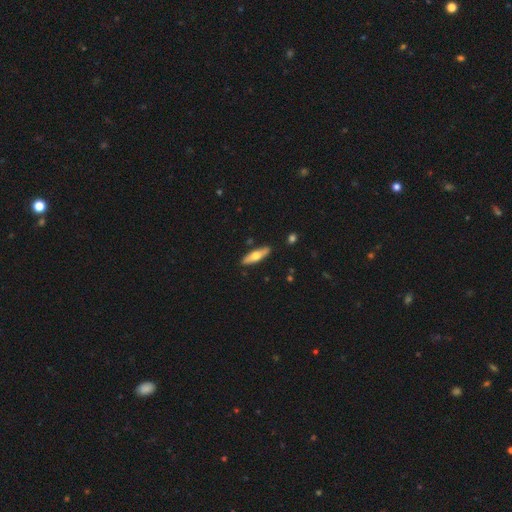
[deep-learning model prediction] The model was most divided on "smooth or featured": smooth: 52%, featured or disk: 43%, star or artifact: 5%. More confident: merging — none (89%); how rounded — cigar-shaped (64%).